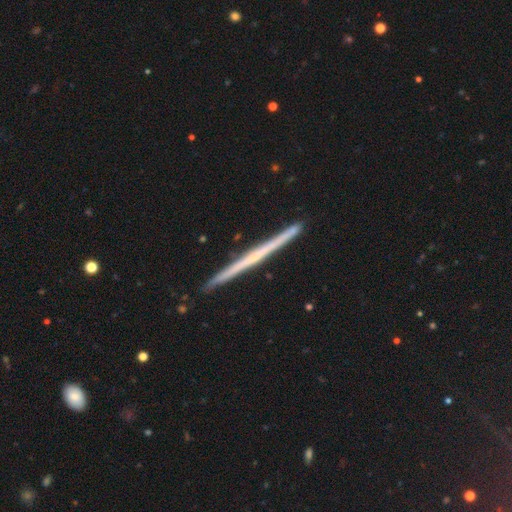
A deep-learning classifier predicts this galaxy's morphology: Q: Smooth or featured?
A: featured or disk (69%); runner-up: smooth (26%)
Q: Edge-on disk?
A: yes (98%); runner-up: no (2%)
Q: Edge-on bulge?
A: none (80%); runner-up: rounded (16%)
Q: Merging?
A: none (91%); runner-up: minor disturbance (7%)